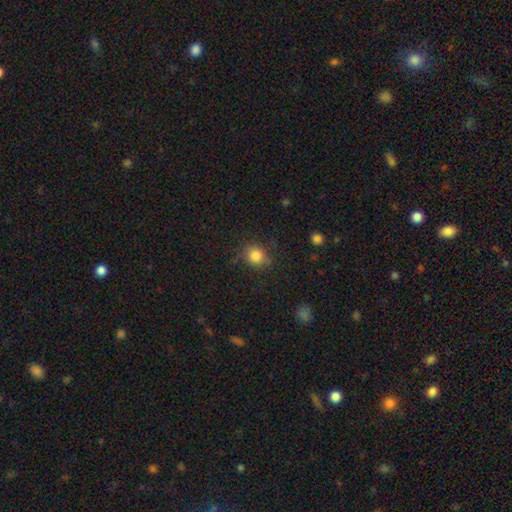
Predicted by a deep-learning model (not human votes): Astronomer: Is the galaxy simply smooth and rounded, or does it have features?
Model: smooth — 82%.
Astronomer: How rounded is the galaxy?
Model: round — 85%.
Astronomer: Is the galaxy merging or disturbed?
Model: none — 76%.